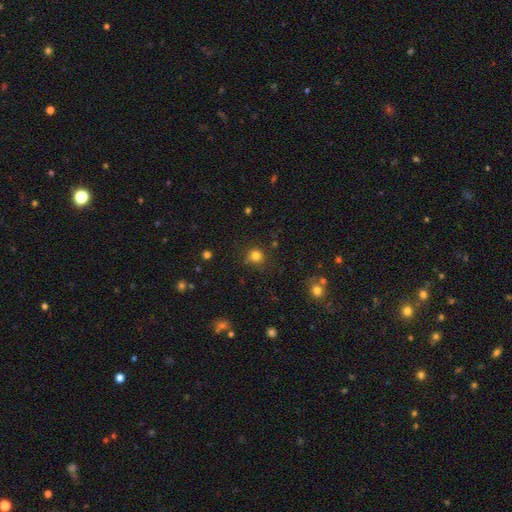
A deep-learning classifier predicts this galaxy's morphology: Smooth or featured?
  - smooth: 80% *
  - star or artifact: 15%
  - featured or disk: 5%
How rounded?
  - round: 92% *
  - in between: 7%
  - cigar-shaped: 1%
Merging?
  - none: 85% *
  - minor disturbance: 9%
  - major disturbance: 3%
  - merger: 3%